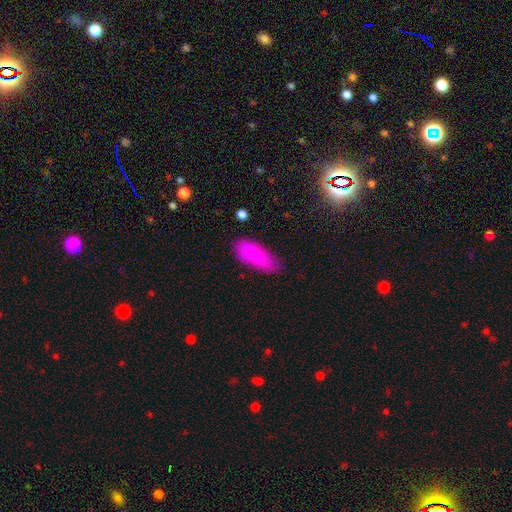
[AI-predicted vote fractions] A smooth galaxy with no disk features (77%) that is in between round and cigar-shaped (79%). Merging: none (77%).